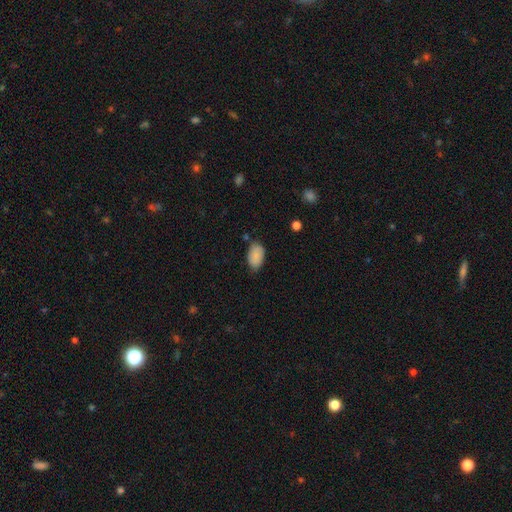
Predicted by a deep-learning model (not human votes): smooth-or-featured: smooth: 85% | featured or disk: 8% | star or artifact: 7%
  how-rounded: in between: 92% | round: 6% | cigar-shaped: 1%
  merging: none: 70% | minor disturbance: 23% | major disturbance: 4% | merger: 3%